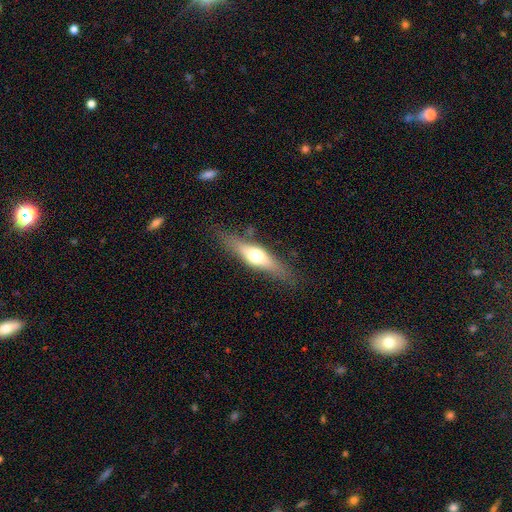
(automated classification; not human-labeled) Overall: featured or disk (50%; smooth 44%). Merging: none (79%).